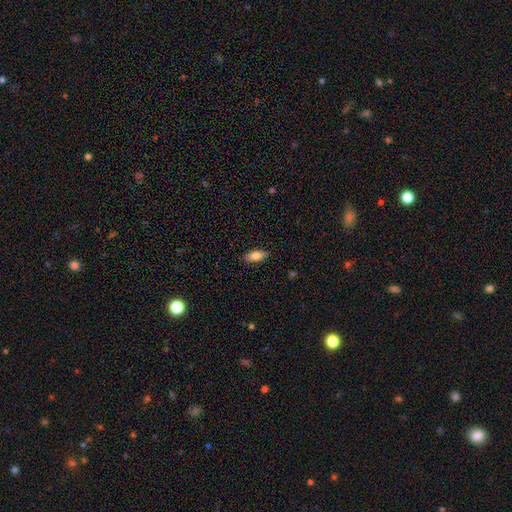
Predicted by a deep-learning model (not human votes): This appears to be a smooth galaxy with no disk features (81%) that is in between round and cigar-shaped (78%). Merging: none (87%).